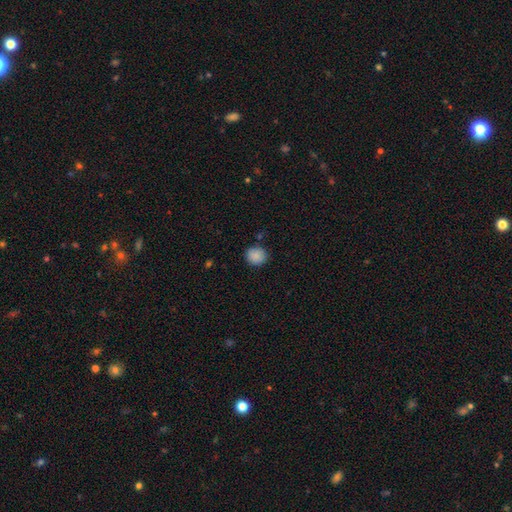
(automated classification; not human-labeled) smooth-or-featured: smooth: 87% | star or artifact: 8% | featured or disk: 4%
  how-rounded: round: 83% | in between: 16% | cigar-shaped: 1%
  merging: none: 85% | minor disturbance: 10% | major disturbance: 2% | merger: 2%